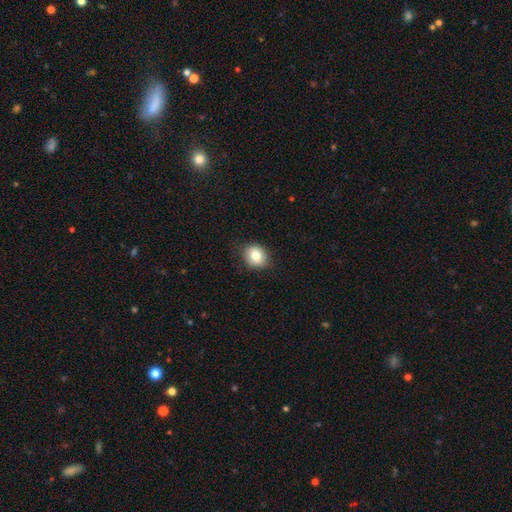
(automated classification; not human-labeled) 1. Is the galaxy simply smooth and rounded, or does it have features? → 79% smooth, 11% featured or disk, 9% star or artifact.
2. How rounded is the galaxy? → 62% round, 37% in between, 1% cigar-shaped.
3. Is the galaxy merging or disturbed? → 86% none, 10% minor disturbance, 2% major disturbance, 1% merger.